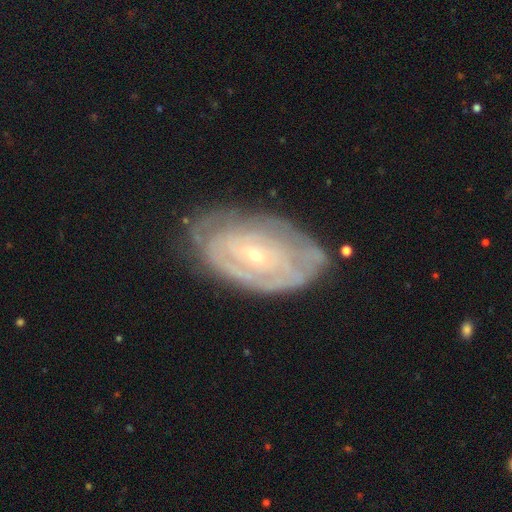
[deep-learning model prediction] smooth-or-featured: featured or disk: 76% | smooth: 17% | star or artifact: 7%
  disk-edge-on: no: 94% | yes: 6%
    bar: no: 61% | weak: 29% | strong: 10%
    has-spiral-arms: yes: 74% | no: 26%
      spiral-winding: tight: 76% | medium: 18% | loose: 6%
      spiral-arm-count: can't tell: 62% | 2: 16% | 3: 7% | 4: 6% | 1: 5% | more than 4: 5%
    bulge-size: small: 78% | moderate: 19% | none: 1% | large: 1% | dominant: 1%
  merging: none: 68% | minor disturbance: 22% | major disturbance: 8% | merger: 2%